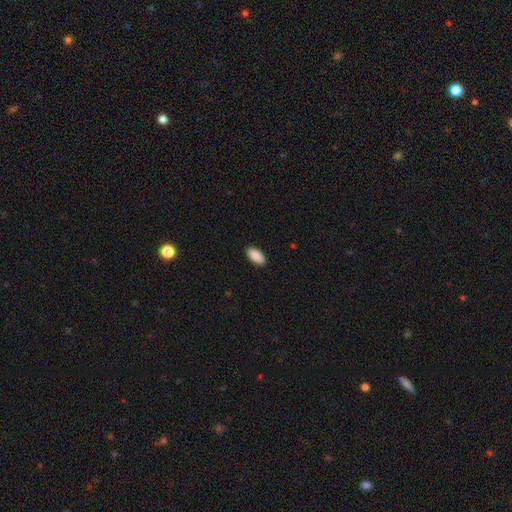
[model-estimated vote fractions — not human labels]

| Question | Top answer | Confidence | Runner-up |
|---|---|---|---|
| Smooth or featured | smooth | 89% | star or artifact (6%) |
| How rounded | in between | 90% | cigar-shaped (8%) |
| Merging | none | 90% | minor disturbance (7%) |